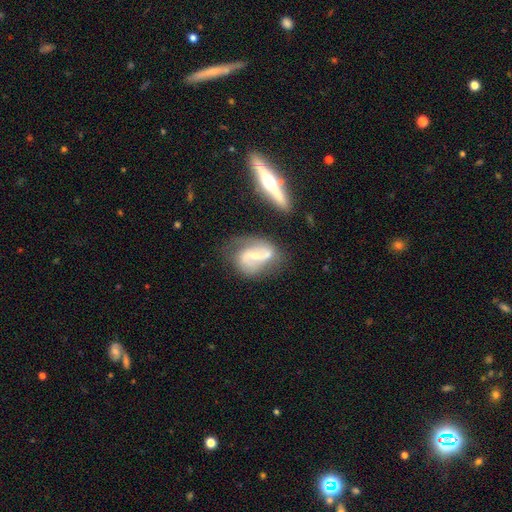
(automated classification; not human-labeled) The model was most divided on "bar": weak: 41%, strong: 39%, no: 20%. Remaining: edge-on disk — no (95%); spiral arms — yes (92%); spiral arm count — 2 (88%); smooth or featured — featured or disk (82%); merging — none (59%); bulge size — small (58%); spiral winding — loose (45%).